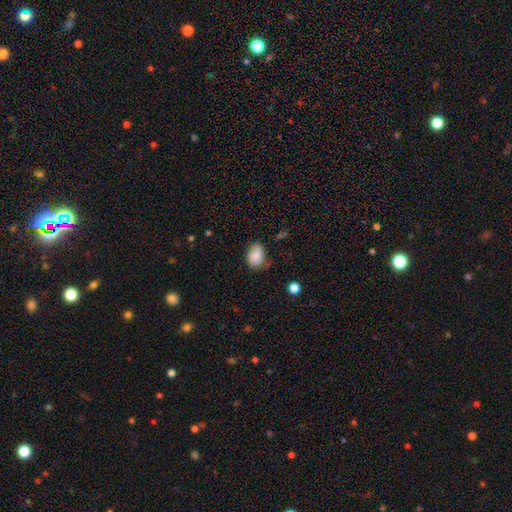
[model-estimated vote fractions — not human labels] smooth 83%, featured or disk 9%, star or artifact 8%. Down the decision tree: how rounded — in between (73%); merging — none (63%).